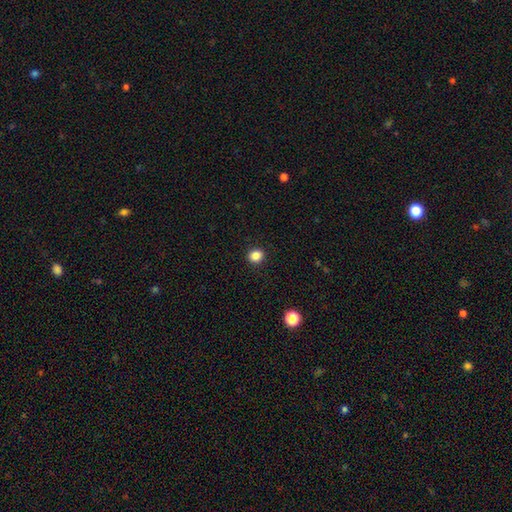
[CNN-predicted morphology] Overall: smooth (85%). How rounded: round (79%). Merging: none (92%).